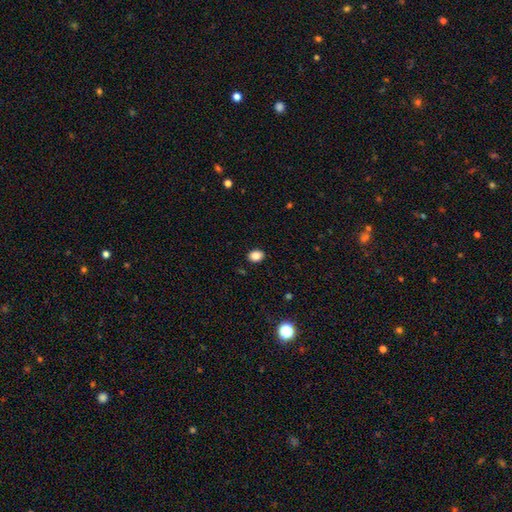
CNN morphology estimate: smooth_or_featured: smooth (p=0.86) [alt: star or artifact p=0.10]
how_rounded: in between (p=0.64) [alt: round p=0.36]
merging: none (p=0.88) [alt: minor disturbance p=0.08]